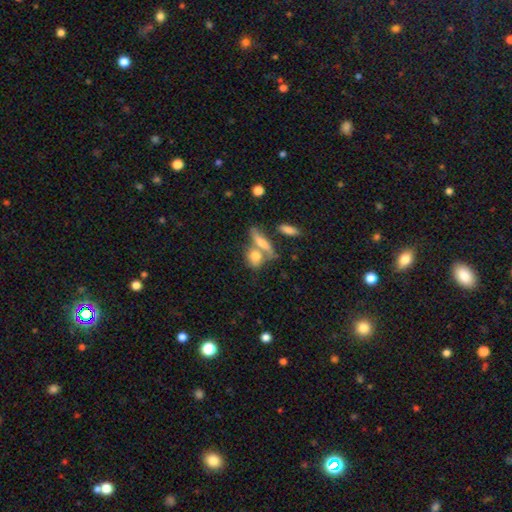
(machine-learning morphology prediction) Smooth or featured: smooth — 71% (featured or disk — 20%)
How rounded: in between — 60% (round — 23%)
Merging: merger — 45% (none — 39%)